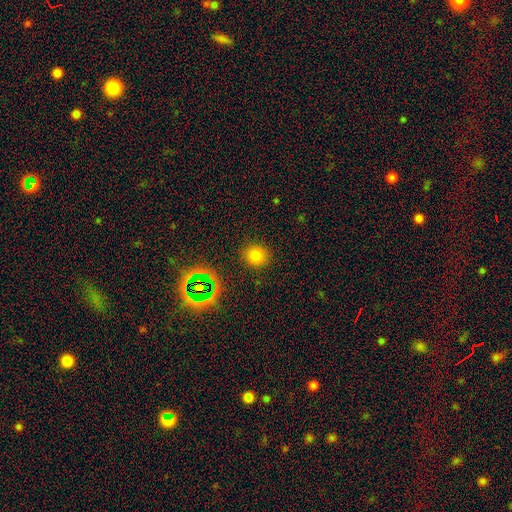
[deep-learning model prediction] smooth-or-featured: smooth: 76% | star or artifact: 18% | featured or disk: 6%
  how-rounded: round: 86% | in between: 13% | cigar-shaped: 1%
  merging: none: 88% | minor disturbance: 8% | major disturbance: 3% | merger: 2%